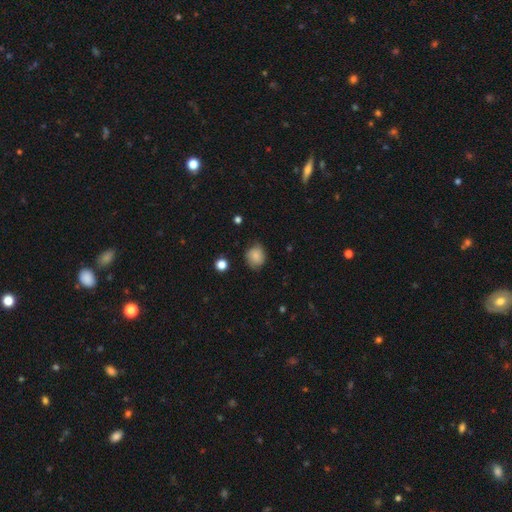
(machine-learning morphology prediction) type=smooth (81%); roundness=round (70%); merging=none (72%).